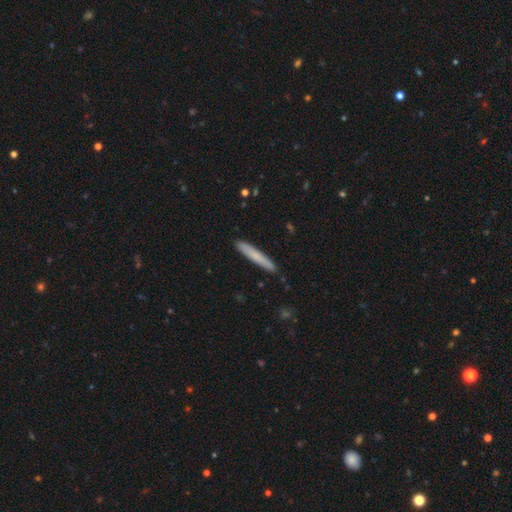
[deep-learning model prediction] This is likely a smooth galaxy (74%). How rounded: clearly cigar-shaped (95%). Merging: clearly none (90%).